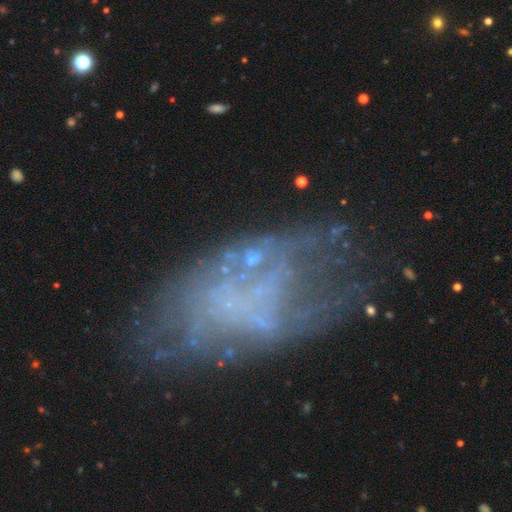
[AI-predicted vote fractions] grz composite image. It shows a featured or disk galaxy (61%) with no bar (88%), no spiral arms (77%) and no central bulge (82%). Merging: none (45%).